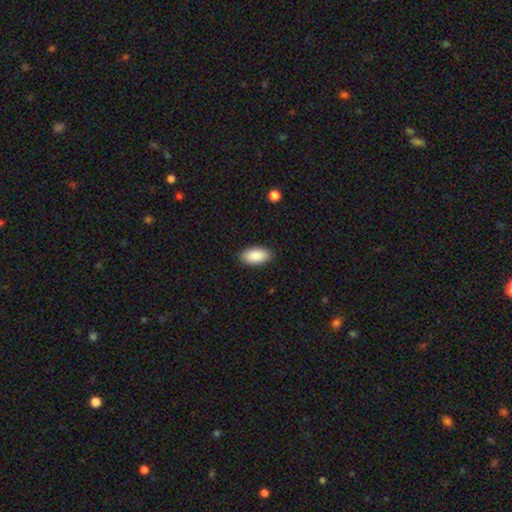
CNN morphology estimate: Smooth or featured: smooth — 89% (star or artifact — 6%)
How rounded: in between — 94% (cigar-shaped — 4%)
Merging: none — 88% (minor disturbance — 9%)